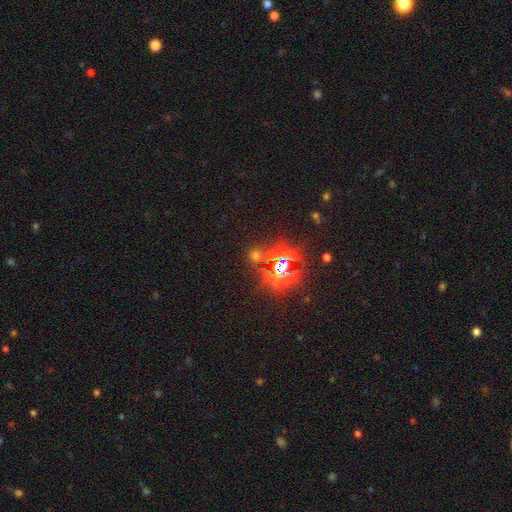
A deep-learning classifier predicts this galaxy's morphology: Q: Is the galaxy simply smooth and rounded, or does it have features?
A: star or artifact — 83%.